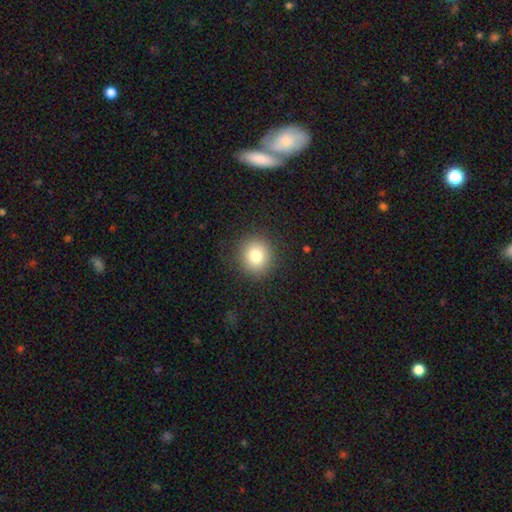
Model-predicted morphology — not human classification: Smooth or featured? smooth (80%)
How rounded? round (88%)
Merging? none (89%)